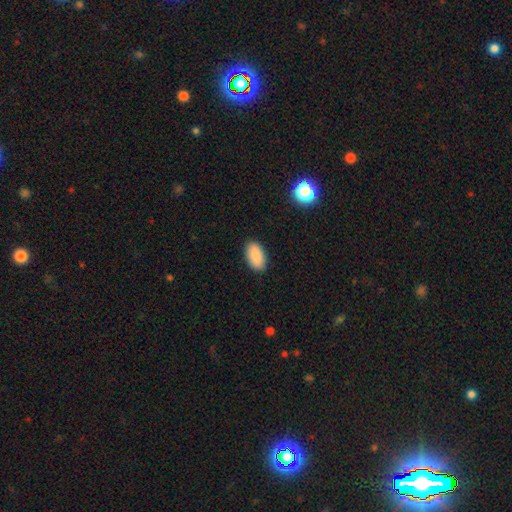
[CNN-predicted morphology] The model was most divided on "merging": none: 88%, minor disturbance: 8%, major disturbance: 2%, merger: 1%. More confident: how rounded — in between (95%); smooth or featured — smooth (89%).